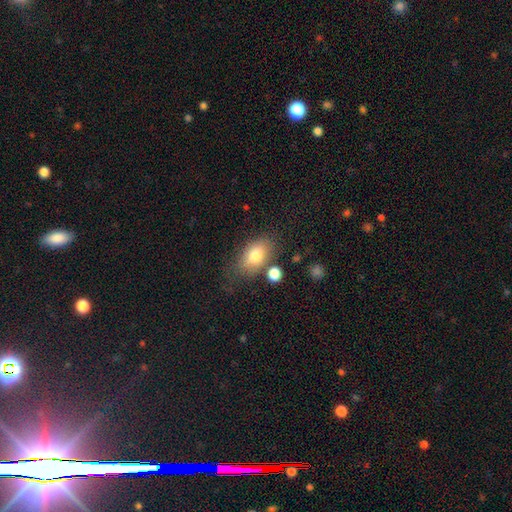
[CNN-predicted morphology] Q: Smooth or featured?
A: smooth (78%); runner-up: featured or disk (14%)
Q: How rounded?
A: in between (87%); runner-up: round (10%)
Q: Merging?
A: none (67%); runner-up: minor disturbance (18%)